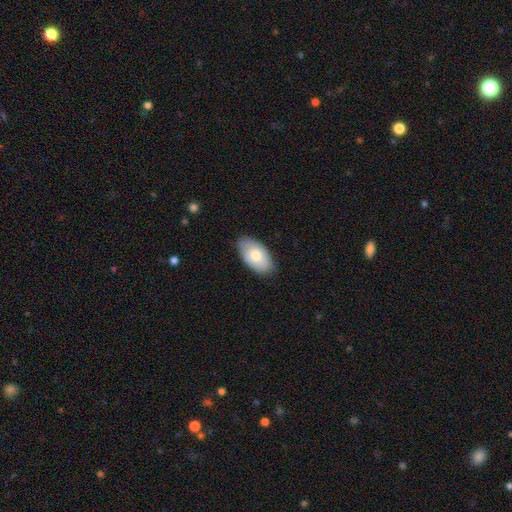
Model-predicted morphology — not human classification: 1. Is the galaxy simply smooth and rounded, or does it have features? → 72% smooth, 22% featured or disk, 6% star or artifact.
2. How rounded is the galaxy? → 95% in between, 4% round, 2% cigar-shaped.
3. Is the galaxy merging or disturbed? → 81% none, 15% minor disturbance, 3% major disturbance, 1% merger.